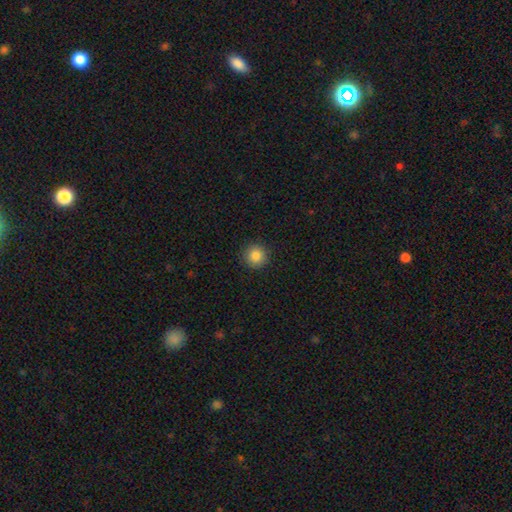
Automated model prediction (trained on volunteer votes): A smooth galaxy with no disk features (85%) that is round (95%). Merging: none (92%).